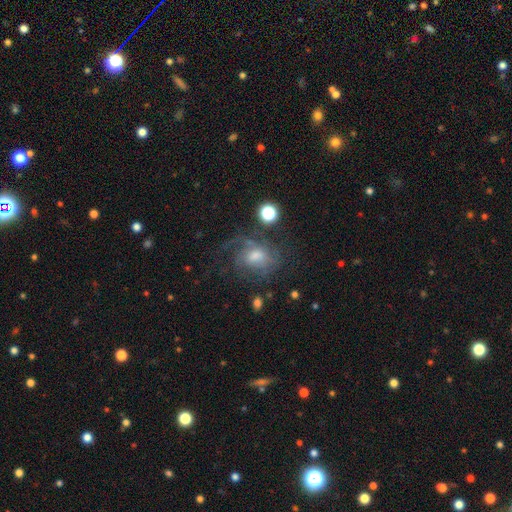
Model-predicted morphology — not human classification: Overall: featured or disk (63%; smooth 24%). Edge-on disk: no (96%). Bar: no (53%; weak 40%). Spiral arms: yes (84%). Spiral arm count: can't tell (41%; 2 24%). Spiral winding: medium (43%; tight 35%). Bulge size: moderate (51%; small 26%). Merging: none (52%; major disturbance 24%).